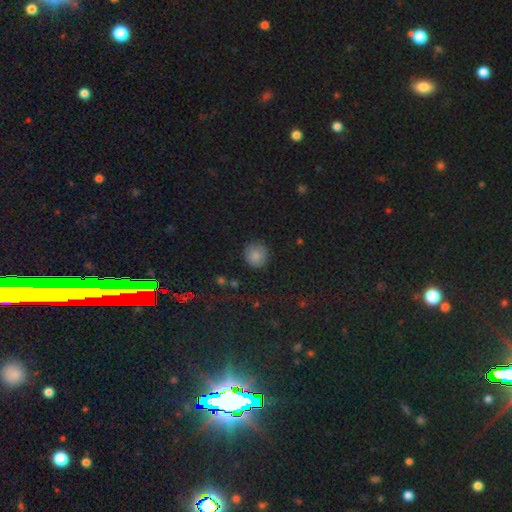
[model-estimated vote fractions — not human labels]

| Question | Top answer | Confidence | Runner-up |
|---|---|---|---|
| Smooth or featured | smooth | 84% | star or artifact (10%) |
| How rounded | round | 92% | in between (7%) |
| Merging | none | 86% | minor disturbance (10%) |